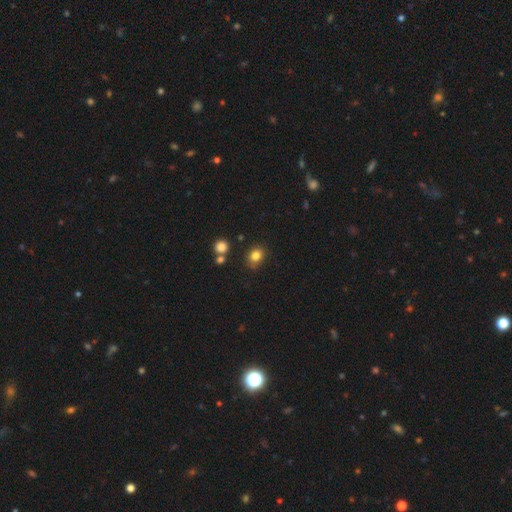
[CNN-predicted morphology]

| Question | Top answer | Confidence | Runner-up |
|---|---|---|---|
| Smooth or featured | smooth | 82% | star or artifact (11%) |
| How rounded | in between | 50% | round (49%) |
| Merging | none | 77% | minor disturbance (15%) |